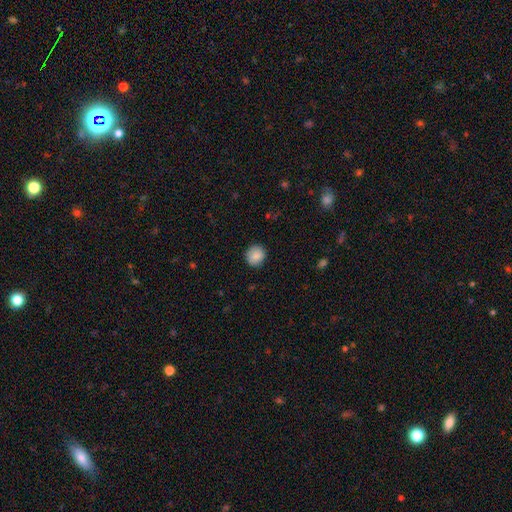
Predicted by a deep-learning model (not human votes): Smooth or featured? Predicted: smooth (p=0.88). How rounded? Predicted: round (p=0.86). Merging? Predicted: none (p=0.87).